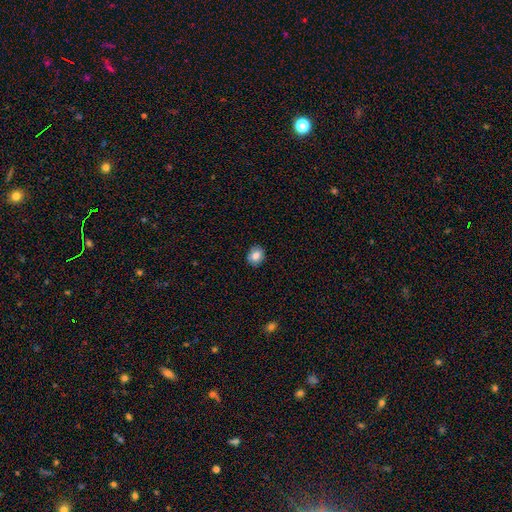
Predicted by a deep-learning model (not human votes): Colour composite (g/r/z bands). It shows a smooth galaxy with no disk features (81%) that is round (61%). Merging: none (88%).